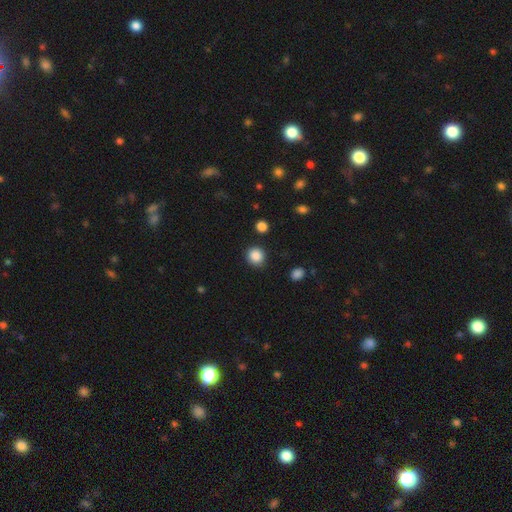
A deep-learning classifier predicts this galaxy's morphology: smooth-or-featured: smooth: 87% | star or artifact: 10% | featured or disk: 3%
  how-rounded: round: 89% | in between: 10% | cigar-shaped: 1%
  merging: none: 88% | minor disturbance: 7% | major disturbance: 3% | merger: 2%